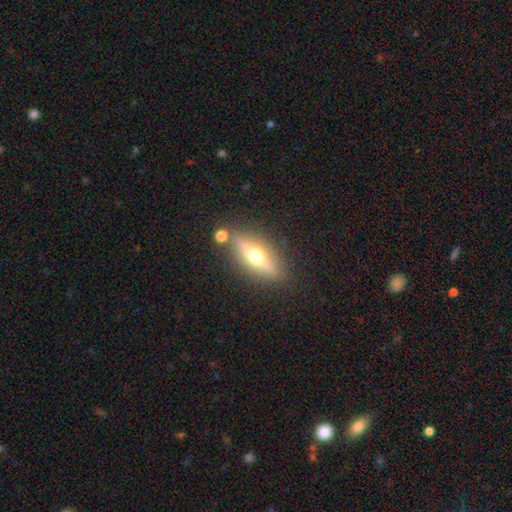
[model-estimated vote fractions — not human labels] Smooth or featured? featured or disk (49%)
Merging? none (79%)